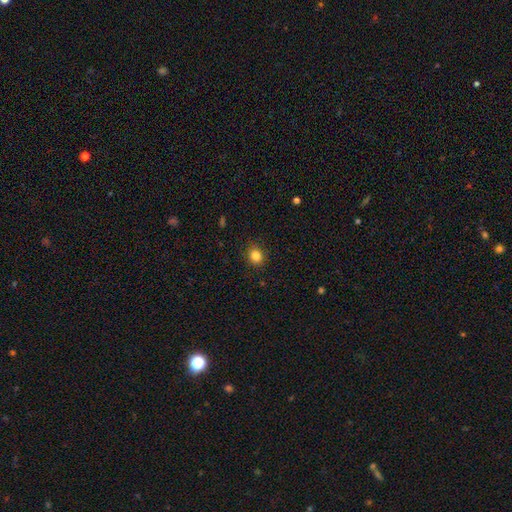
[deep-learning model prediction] Morphology: type=smooth (84%); roundness=round (76%); merging=none (89%).